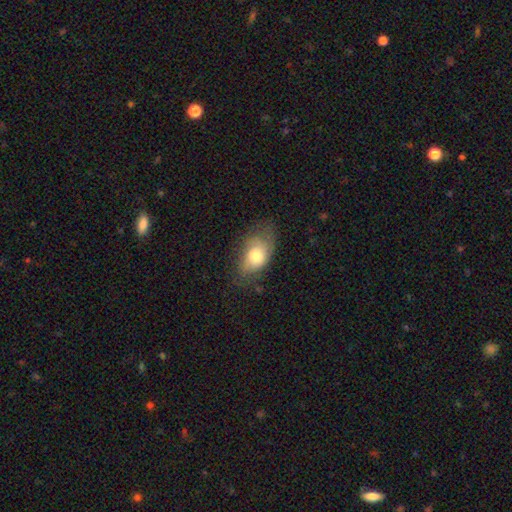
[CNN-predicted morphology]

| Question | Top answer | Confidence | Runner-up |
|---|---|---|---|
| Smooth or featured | smooth | 68% | featured or disk (24%) |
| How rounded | in between | 87% | round (11%) |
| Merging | none | 51% | minor disturbance (31%) |